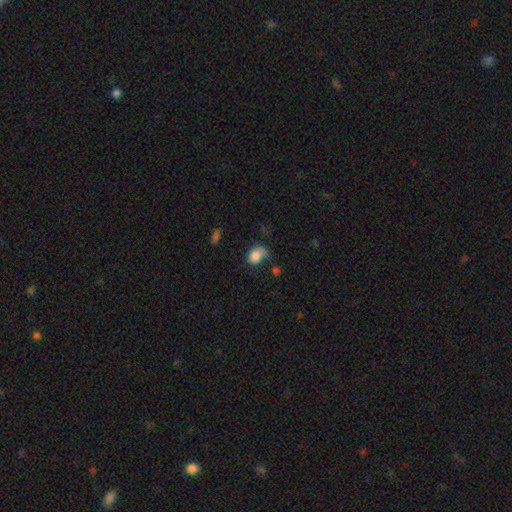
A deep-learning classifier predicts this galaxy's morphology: smooth-or-featured: smooth: 80% | featured or disk: 11% | star or artifact: 9%
  how-rounded: in between: 68% | round: 31% | cigar-shaped: 1%
  merging: none: 38% | minor disturbance: 29% | major disturbance: 26% | merger: 7%